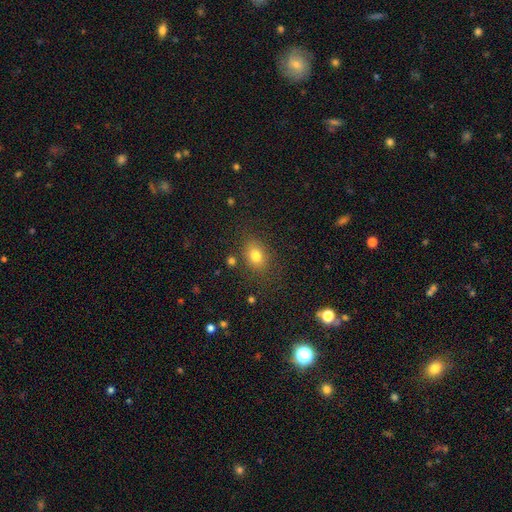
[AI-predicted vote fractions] This appears to be a smooth galaxy with no disk features (79%) that is in between round and cigar-shaped (66%). Merging: none (78%).